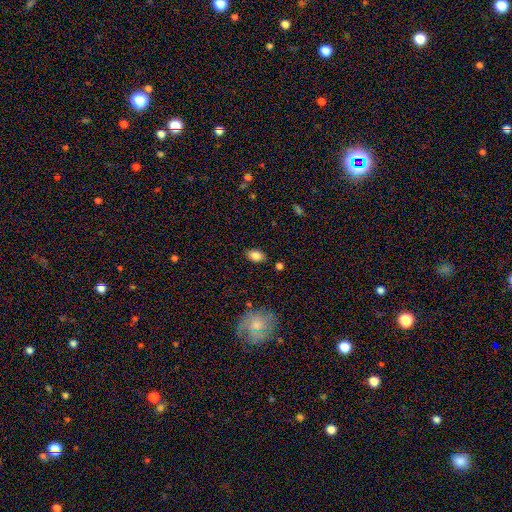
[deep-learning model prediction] Q: Smooth or featured?
A: smooth (84%); runner-up: star or artifact (9%)
Q: How rounded?
A: in between (84%); runner-up: round (15%)
Q: Merging?
A: none (84%); runner-up: minor disturbance (11%)